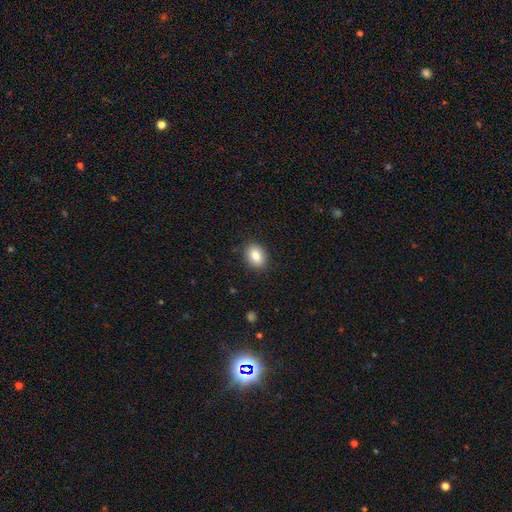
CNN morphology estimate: type=smooth (84%); roundness=in between (72%); merging=none (88%).